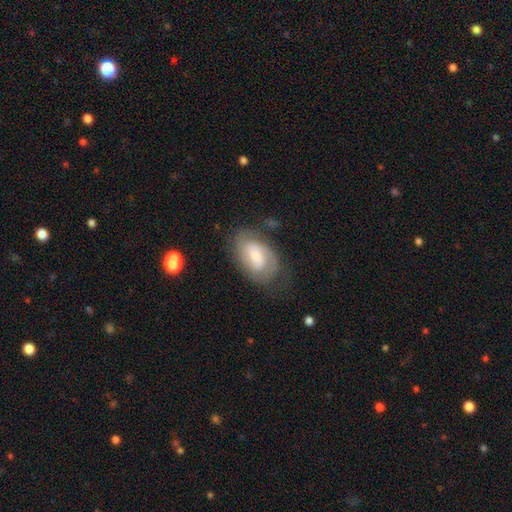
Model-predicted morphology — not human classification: This appears to be a featured or disk galaxy (60%) with no bar (44%, tied with weak), spiral arms (86%) and a small central bulge (50%). Merging: none (63%).